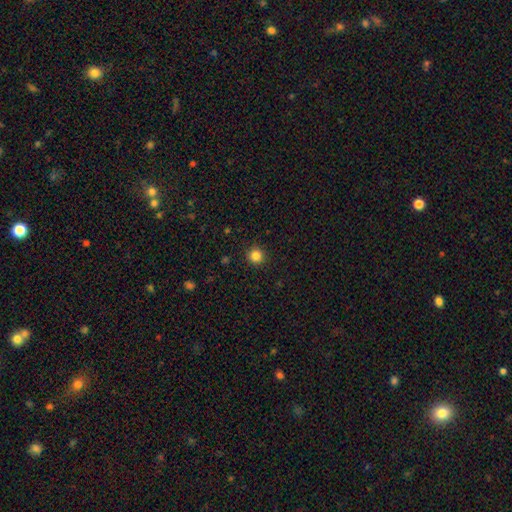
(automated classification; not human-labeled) smooth_or_featured: smooth (p=0.85) [alt: star or artifact p=0.12]
how_rounded: round (p=0.94) [alt: in between p=0.05]
merging: none (p=0.91) [alt: minor disturbance p=0.06]